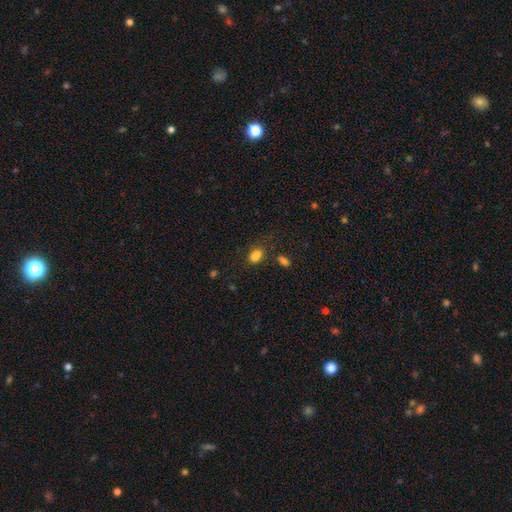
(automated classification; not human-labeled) Smooth or featured? Predicted: smooth (p=0.79). How rounded? Predicted: in between (p=0.75). Merging? Predicted: none (p=0.57).